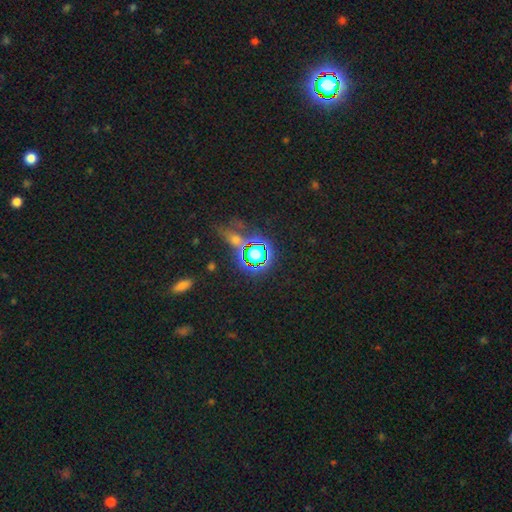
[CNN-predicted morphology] This appears to be a star or artifact, not a galaxy (68%).